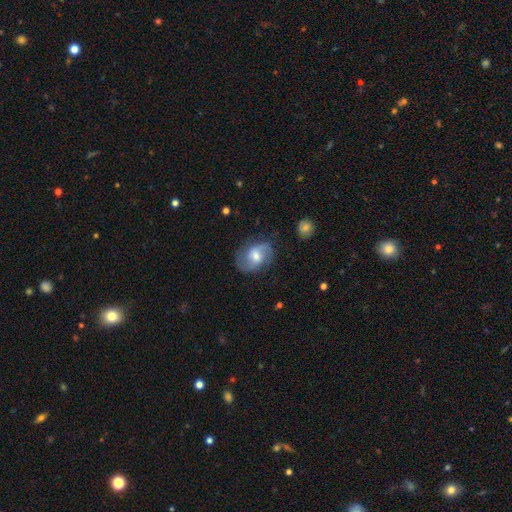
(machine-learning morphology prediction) This is likely a featured or disk galaxy (69%). It is clearly not viewed edge-on (97%). Bar: possibly weak (50%). Spiral arm pattern: clearly yes (91%). Spiral arm count: clearly 2 (88%). Spiral winding: possibly medium (46%). Central bulge: likely moderate (63%). Merging: likely none (75%).